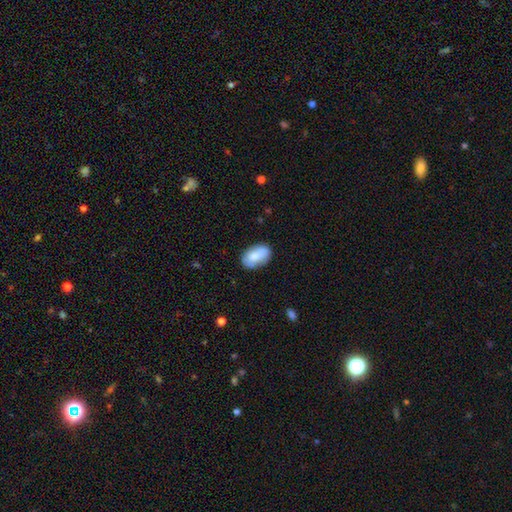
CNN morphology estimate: Overall: smooth (70%). How rounded: in between (90%). Merging: none (76%).